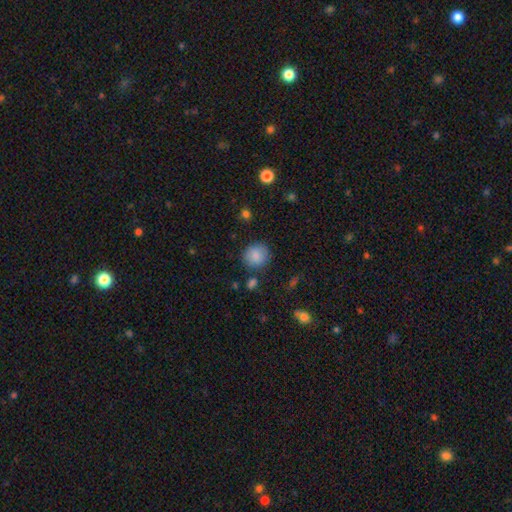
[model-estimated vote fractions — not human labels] smooth-or-featured: smooth: 86% | star or artifact: 9% | featured or disk: 5%
  how-rounded: round: 89% | in between: 10% | cigar-shaped: 1%
  merging: none: 84% | minor disturbance: 10% | major disturbance: 3% | merger: 3%